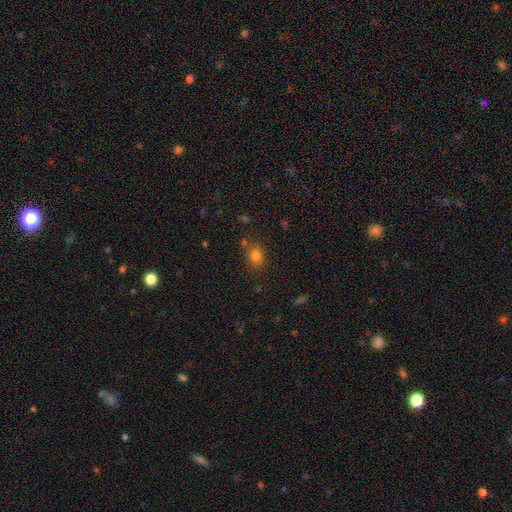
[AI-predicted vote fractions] smooth-or-featured: smooth: 79% | star or artifact: 14% | featured or disk: 6%
  how-rounded: round: 58% | in between: 41% | cigar-shaped: 1%
  merging: none: 76% | minor disturbance: 13% | merger: 7% | major disturbance: 4%